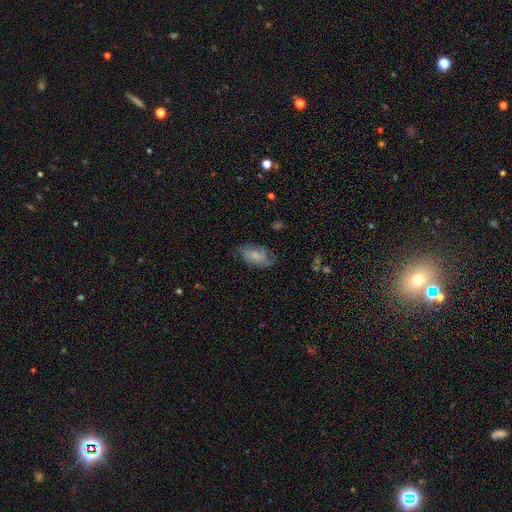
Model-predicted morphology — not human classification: A smooth galaxy with no disk features (61%) that is in between round and cigar-shaped (90%).

Vote fractions:
- Smooth or featured? smooth: 61% / featured or disk: 31% / star or artifact: 8%
- How rounded? in between: 90% / cigar-shaped: 5% / round: 5%
- Merging? none: 62% / minor disturbance: 27% / major disturbance: 9% / merger: 2%